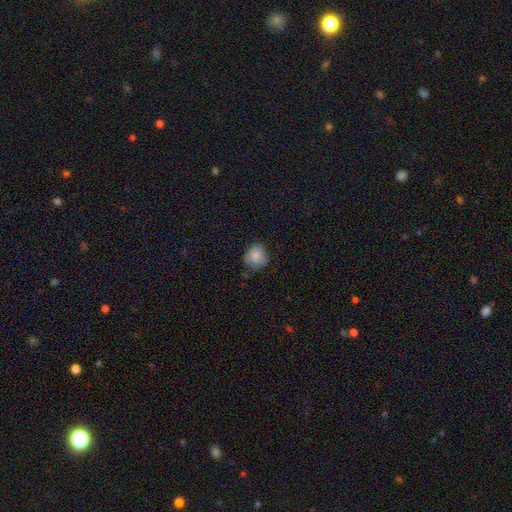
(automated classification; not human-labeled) Smooth or featured: smooth — 79% (featured or disk — 13%)
How rounded: round — 74% (in between — 25%)
Merging: none — 64% (minor disturbance — 28%)